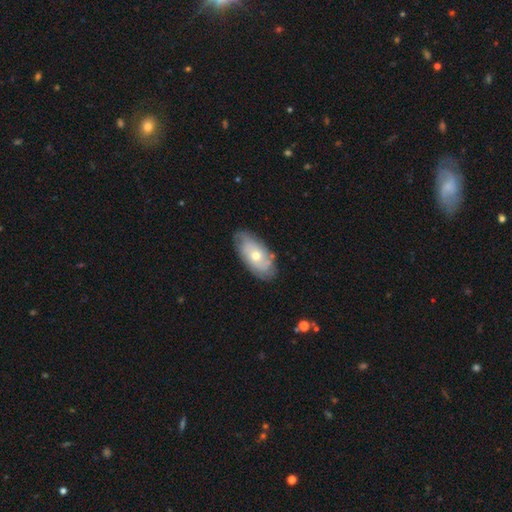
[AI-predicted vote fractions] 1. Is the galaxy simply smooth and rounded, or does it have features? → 52% featured or disk, 42% smooth, 6% star or artifact.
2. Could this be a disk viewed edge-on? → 87% no, 13% yes.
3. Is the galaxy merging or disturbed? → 75% none, 19% minor disturbance, 4% major disturbance, 2% merger.